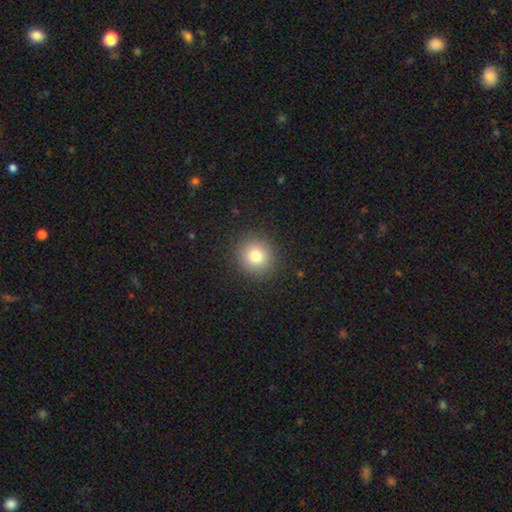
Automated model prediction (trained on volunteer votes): Overall: smooth (80%). How rounded: round (91%). Merging: none (91%).